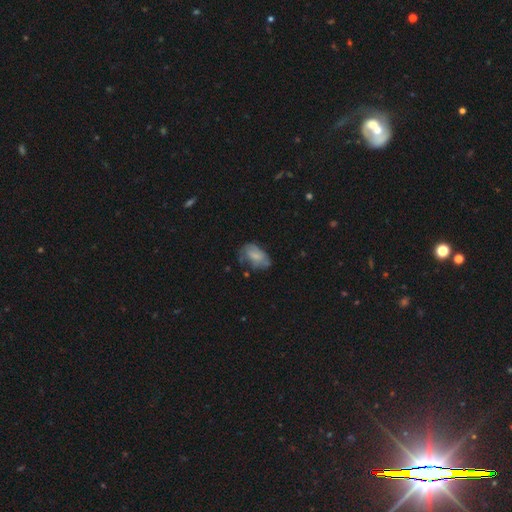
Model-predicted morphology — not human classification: Smooth or featured: smooth — 62% (featured or disk — 30%)
How rounded: in between — 90% (round — 8%)
Merging: none — 45% (minor disturbance — 34%)